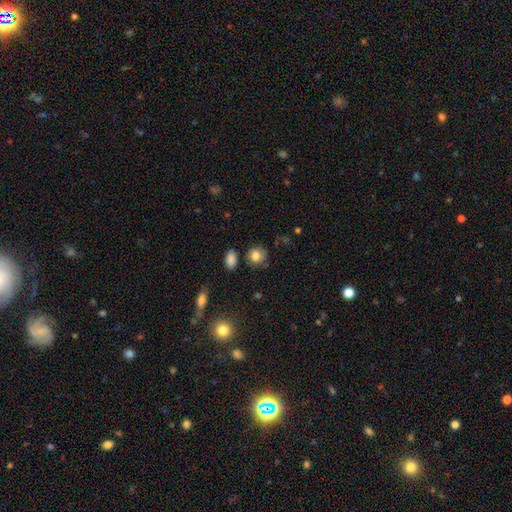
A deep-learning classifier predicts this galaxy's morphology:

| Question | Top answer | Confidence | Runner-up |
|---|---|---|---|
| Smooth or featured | smooth | 82% | star or artifact (10%) |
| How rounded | round | 77% | in between (22%) |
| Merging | none | 78% | minor disturbance (14%) |